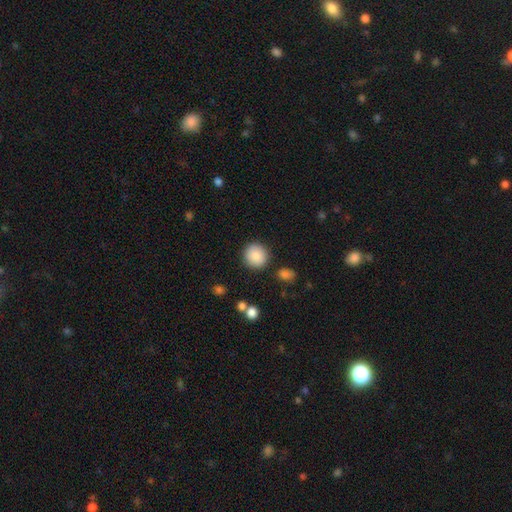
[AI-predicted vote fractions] smooth-or-featured: smooth: 87% | star or artifact: 8% | featured or disk: 5%
  how-rounded: round: 93% | in between: 6% | cigar-shaped: 1%
  merging: none: 89% | minor disturbance: 7% | major disturbance: 2% | merger: 2%